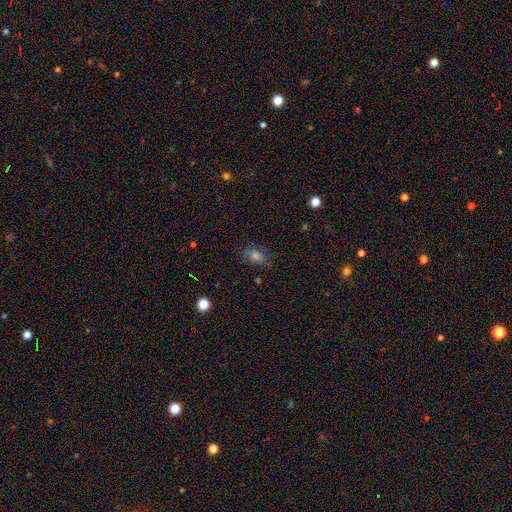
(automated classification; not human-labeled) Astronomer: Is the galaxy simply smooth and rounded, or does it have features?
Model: smooth — 61%.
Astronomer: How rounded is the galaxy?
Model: in between — 62%.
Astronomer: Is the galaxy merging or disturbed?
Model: none — 77%.